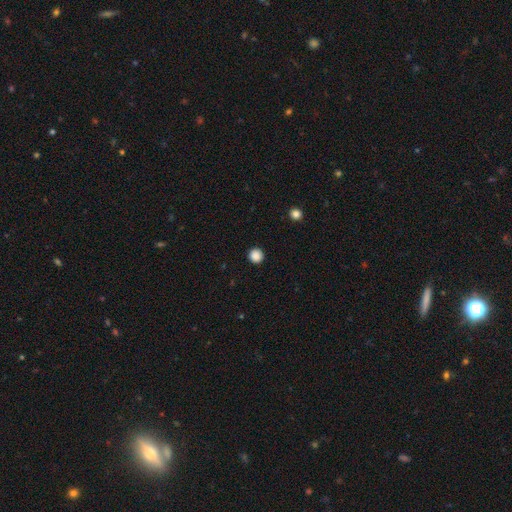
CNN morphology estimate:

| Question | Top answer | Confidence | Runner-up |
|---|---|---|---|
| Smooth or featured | smooth | 88% | star or artifact (10%) |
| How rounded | round | 96% | in between (3%) |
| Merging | none | 93% | minor disturbance (4%) |